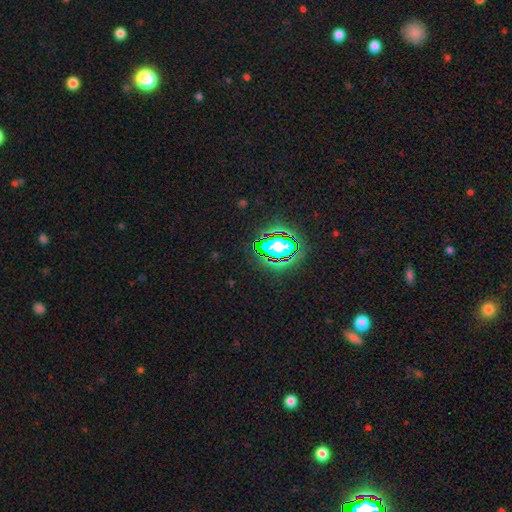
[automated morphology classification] Smooth or featured: star or artifact — 80% (smooth — 12%)